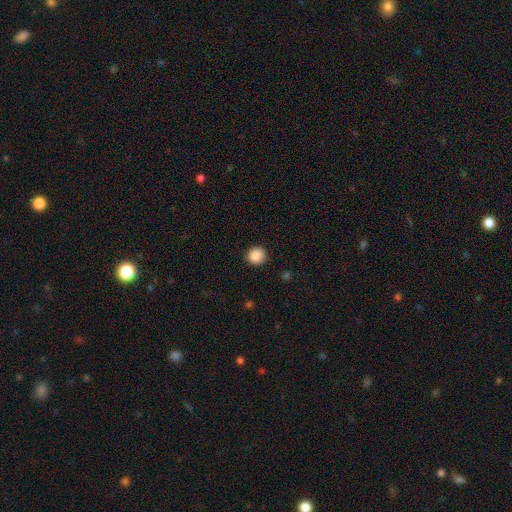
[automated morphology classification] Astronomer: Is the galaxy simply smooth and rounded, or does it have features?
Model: smooth — 88%.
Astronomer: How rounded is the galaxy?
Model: round — 93%.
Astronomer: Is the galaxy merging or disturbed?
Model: none — 91%.